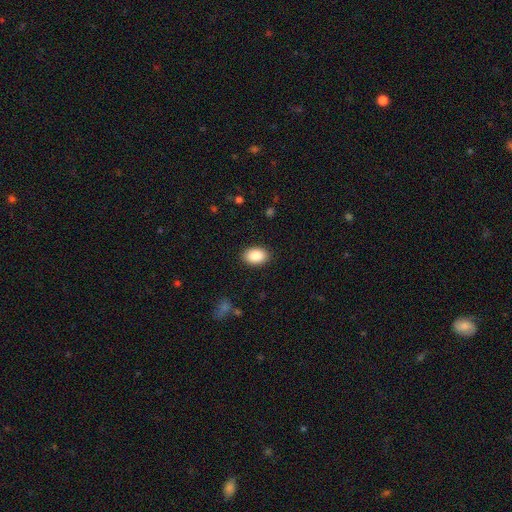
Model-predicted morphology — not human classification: A smooth galaxy with no disk features (90%) that is in between round and cigar-shaped (89%).

Vote fractions:
- Smooth or featured? smooth: 90% / star or artifact: 7% / featured or disk: 4%
- How rounded? in between: 89% / round: 10% / cigar-shaped: 1%
- Merging? none: 89% / minor disturbance: 8% / major disturbance: 2% / merger: 1%